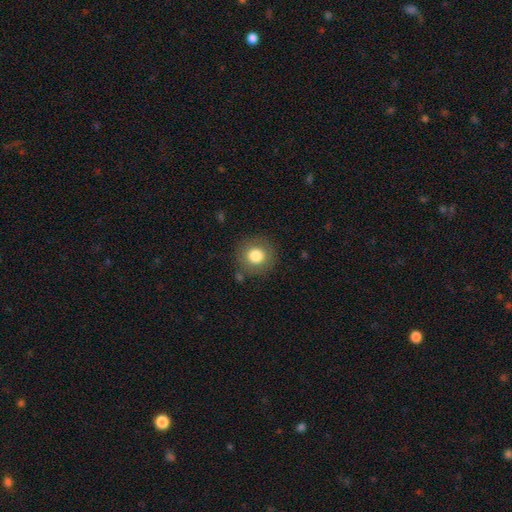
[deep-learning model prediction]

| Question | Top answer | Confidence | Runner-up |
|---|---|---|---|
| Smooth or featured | smooth | 81% | star or artifact (10%) |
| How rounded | round | 93% | in between (6%) |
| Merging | none | 86% | minor disturbance (9%) |